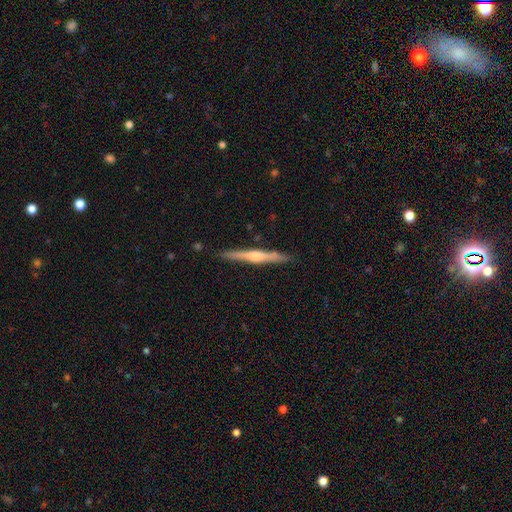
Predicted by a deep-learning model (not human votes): Overall: featured or disk (67%; smooth 28%). Edge-on disk: yes (98%). Edge-on bulge: rounded (78%). Merging: none (90%).